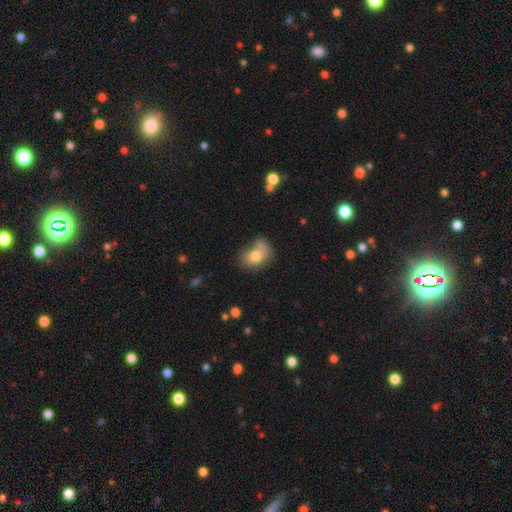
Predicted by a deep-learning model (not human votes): This is likely a smooth galaxy (75%). How rounded: likely in between (60%). Merging: marginally none (43%).